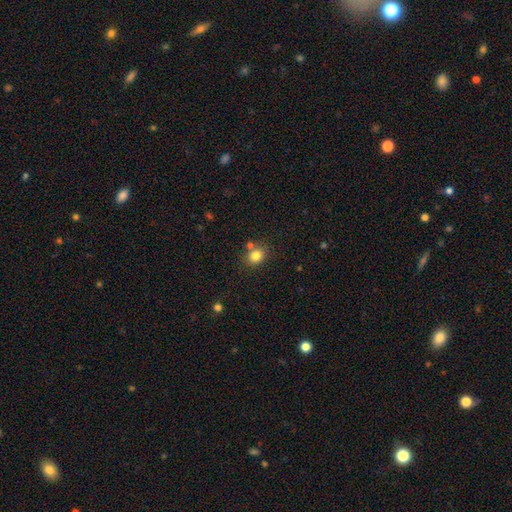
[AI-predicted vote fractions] This appears to be a smooth galaxy with no disk features (81%) that is round (66%). Merging: none (72%).